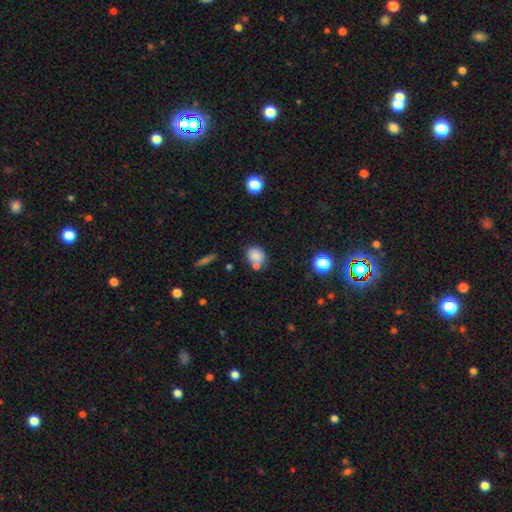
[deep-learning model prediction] The model was most divided on "how rounded": round: 59%, in between: 40%, cigar-shaped: 1%. More confident: smooth or featured — smooth (82%); merging — none (60%).